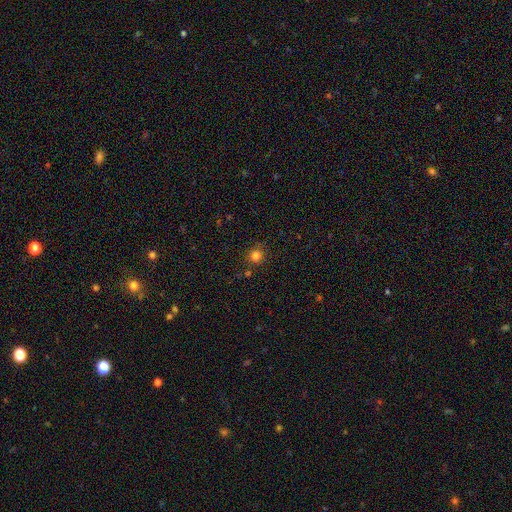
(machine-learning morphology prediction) Smooth or featured: smooth — 81% (star or artifact — 14%)
How rounded: round — 91% (in between — 8%)
Merging: none — 83% (minor disturbance — 10%)